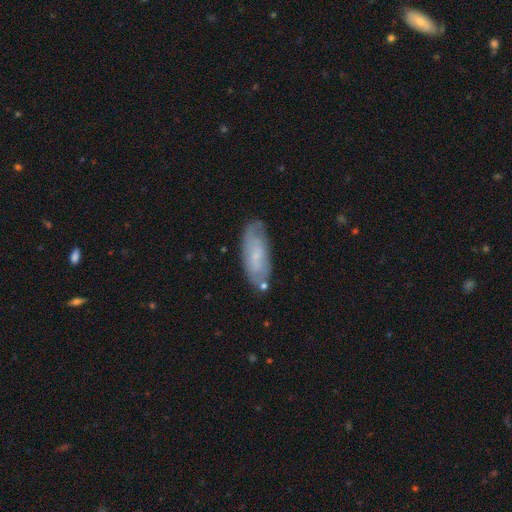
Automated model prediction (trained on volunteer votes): Smooth or featured? smooth (51%)
How rounded? in between (72%)
Merging? none (71%)